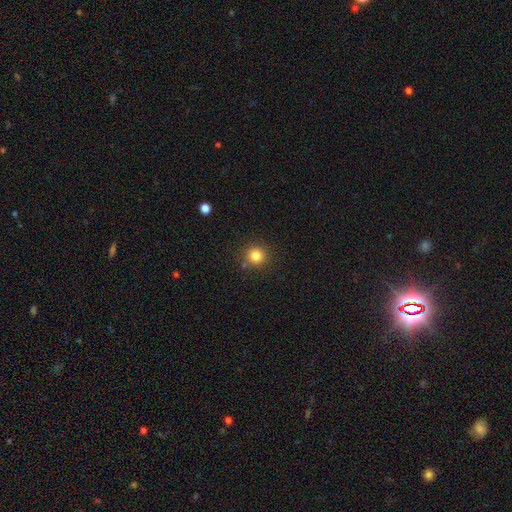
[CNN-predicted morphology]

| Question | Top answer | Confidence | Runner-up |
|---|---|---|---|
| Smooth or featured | smooth | 83% | star or artifact (12%) |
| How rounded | round | 93% | in between (6%) |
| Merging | none | 85% | minor disturbance (8%) |